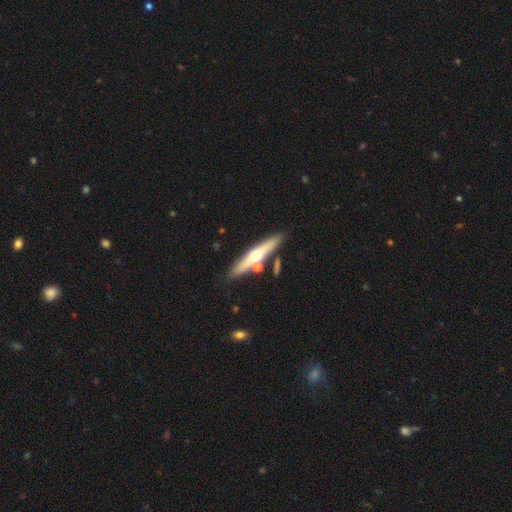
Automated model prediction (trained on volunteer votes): A featured or disk galaxy (56%) viewed edge-on (91%) with a rounded central bulge (90%).

Vote fractions:
- Smooth or featured? featured or disk: 56% / smooth: 38% / star or artifact: 6%
- Edge-on disk? yes: 91% / no: 9%
- Edge-on bulge? rounded: 90% / none: 8% / boxy: 2%
- Merging? none: 78% / merger: 11% / minor disturbance: 9% / major disturbance: 2%